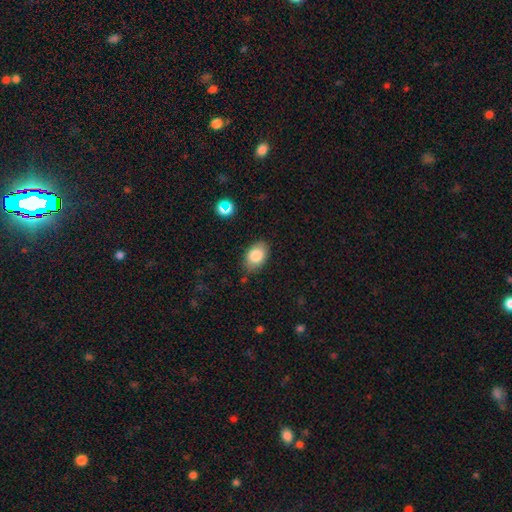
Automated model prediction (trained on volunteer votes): smooth_or_featured: smooth (p=0.83) [alt: featured or disk p=0.09]
how_rounded: in between (p=0.87) [alt: round p=0.11]
merging: none (p=0.80) [alt: minor disturbance p=0.15]